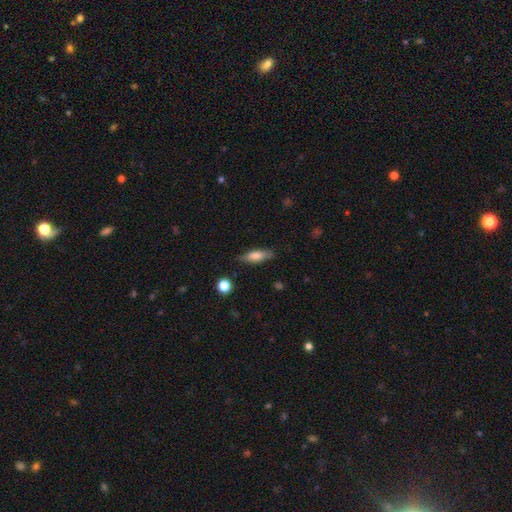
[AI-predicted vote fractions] Smooth or featured?
  - smooth: 72% *
  - featured or disk: 21%
  - star or artifact: 7%
How rounded?
  - in between: 50% *
  - cigar-shaped: 47%
  - round: 3%
Merging?
  - none: 78% *
  - minor disturbance: 16%
  - major disturbance: 4%
  - merger: 2%